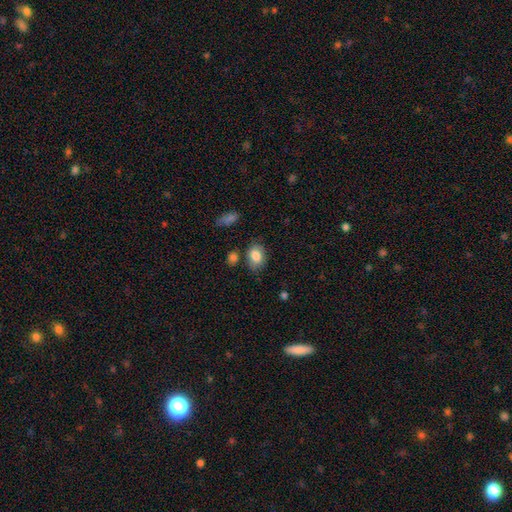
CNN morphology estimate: smooth-or-featured: smooth: 82% | featured or disk: 10% | star or artifact: 8%
  how-rounded: in between: 78% | round: 21% | cigar-shaped: 1%
  merging: none: 73% | minor disturbance: 17% | merger: 5% | major disturbance: 4%